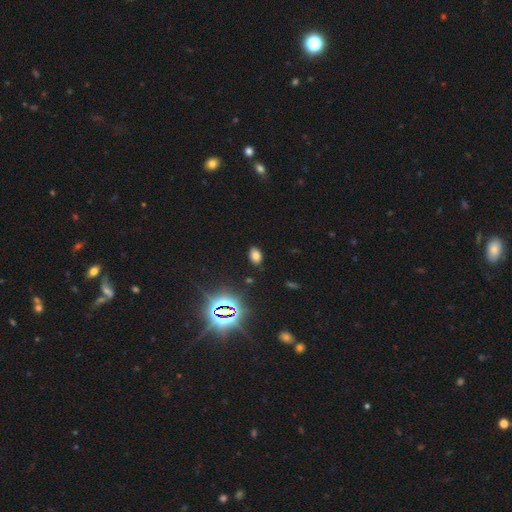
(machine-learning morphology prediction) Smooth or featured? smooth (68%)
How rounded? in between (86%)
Merging? none (86%)